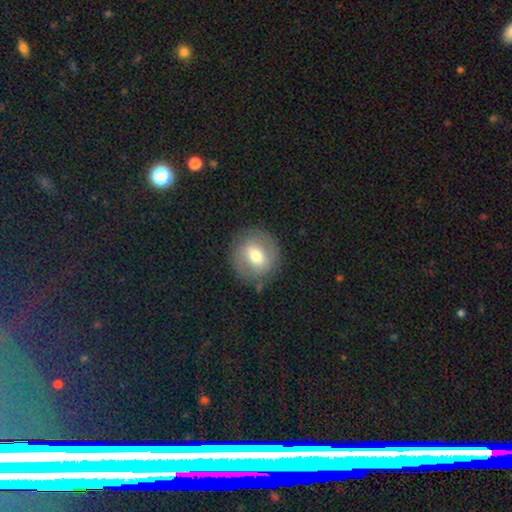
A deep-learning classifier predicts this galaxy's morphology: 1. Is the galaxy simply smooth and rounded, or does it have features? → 56% smooth, 36% featured or disk, 8% star or artifact.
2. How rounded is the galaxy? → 83% round, 16% in between, 1% cigar-shaped.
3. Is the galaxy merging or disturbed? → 81% none, 12% minor disturbance, 5% major disturbance, 2% merger.